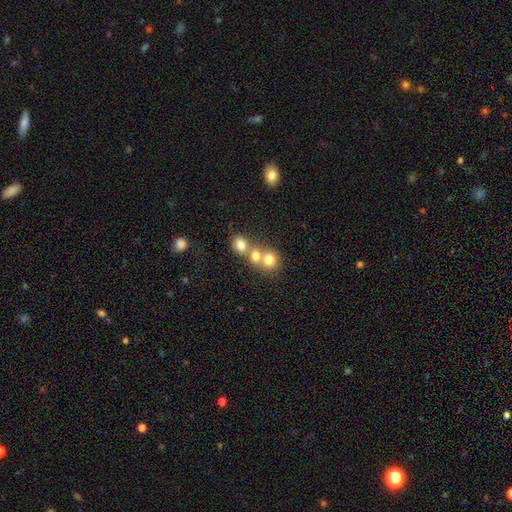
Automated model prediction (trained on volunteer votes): A smooth galaxy with no disk features (73%) that is round (71%).

Vote fractions:
- Smooth or featured? smooth: 73% / featured or disk: 15% / star or artifact: 12%
- How rounded? round: 71% / in between: 28% / cigar-shaped: 1%
- Merging? merger: 58% / none: 33% / minor disturbance: 6% / major disturbance: 3%